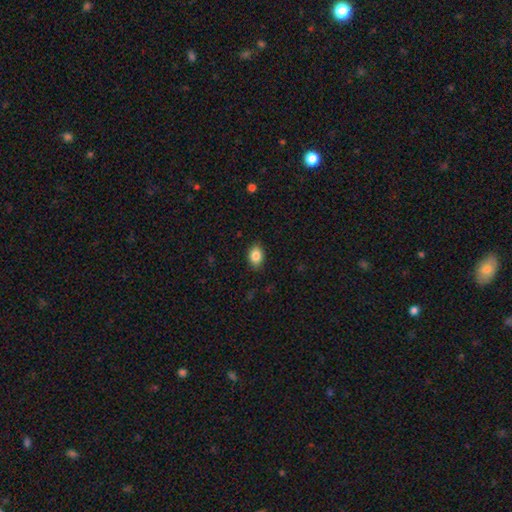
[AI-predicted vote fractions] Smooth or featured: smooth — 86% (star or artifact — 8%)
How rounded: in between — 77% (round — 22%)
Merging: none — 87% (minor disturbance — 10%)